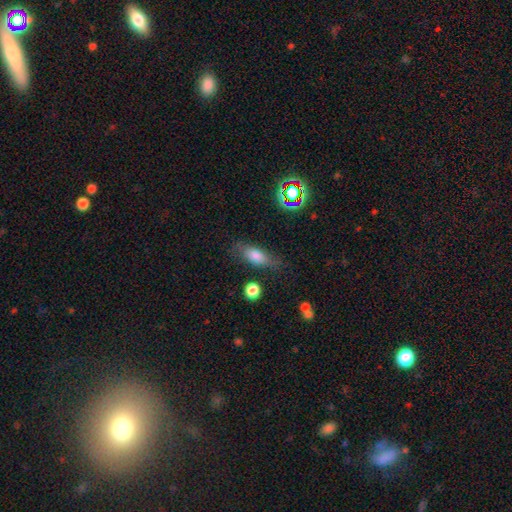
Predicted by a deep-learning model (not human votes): Smooth or featured: smooth — 72% (featured or disk — 18%)
How rounded: in between — 68% (cigar-shaped — 27%)
Merging: none — 69% (minor disturbance — 21%)